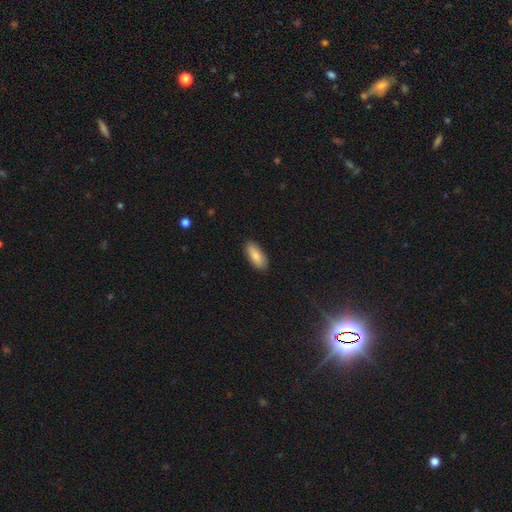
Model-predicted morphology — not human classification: type=smooth (86%); roundness=in between (82%); merging=none (88%).